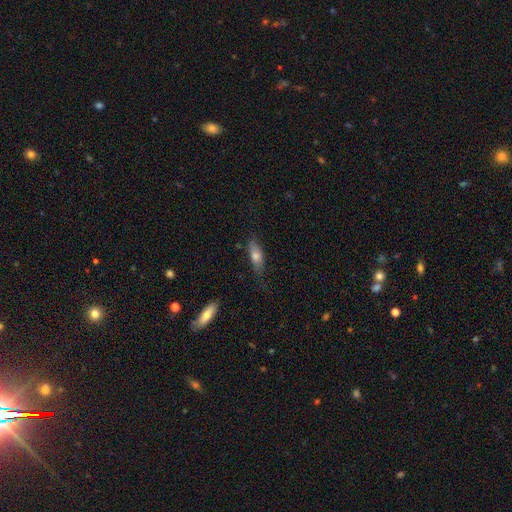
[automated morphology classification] Smooth or featured? Predicted: smooth (p=0.70). How rounded? Predicted: in between (p=0.63). Merging? Predicted: none (p=0.68).